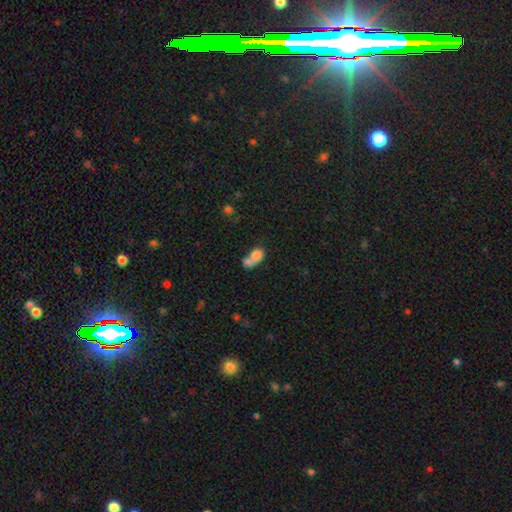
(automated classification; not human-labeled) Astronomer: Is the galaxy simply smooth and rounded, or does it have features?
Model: smooth — 76%.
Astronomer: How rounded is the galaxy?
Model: in between — 54% (runner-up: round, 44%).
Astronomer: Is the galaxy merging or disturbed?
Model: merger — 69%.